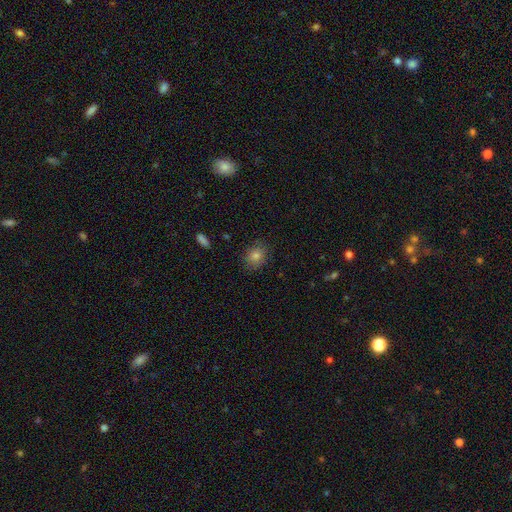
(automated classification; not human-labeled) This appears to be a smooth galaxy with no disk features (77%) that is round (55%). Merging: none (83%).